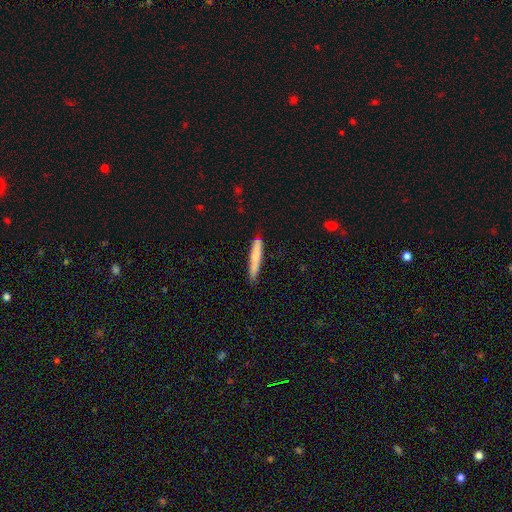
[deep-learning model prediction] Smooth or featured? Predicted: smooth (p=0.72). How rounded? Predicted: cigar-shaped (p=0.93). Merging? Predicted: none (p=0.77).